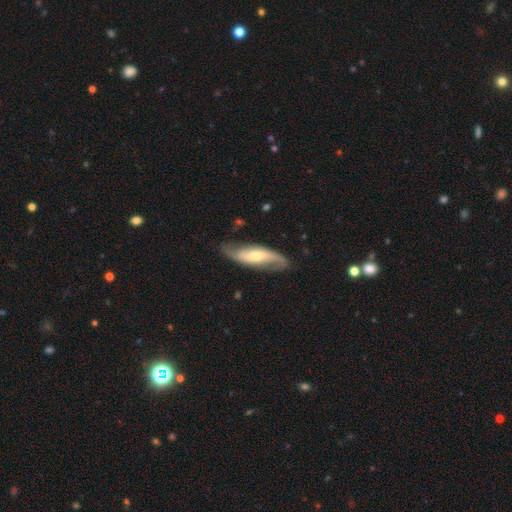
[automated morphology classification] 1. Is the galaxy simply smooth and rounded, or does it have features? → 79% featured or disk, 16% smooth, 5% star or artifact.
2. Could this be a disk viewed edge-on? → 88% no, 12% yes.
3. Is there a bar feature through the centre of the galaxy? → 39% no, 35% weak, 26% strong.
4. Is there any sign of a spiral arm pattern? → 94% yes, 6% no.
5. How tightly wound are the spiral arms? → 57% loose, 31% medium, 12% tight.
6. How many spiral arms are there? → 90% 2, 4% can't tell, 2% 1, 1% 3, 1% 4, 1% more than 4.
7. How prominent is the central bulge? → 46% moderate, 43% small, 6% large, 3% none, 2% dominant.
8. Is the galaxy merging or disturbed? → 76% none, 16% minor disturbance, 6% major disturbance, 2% merger.